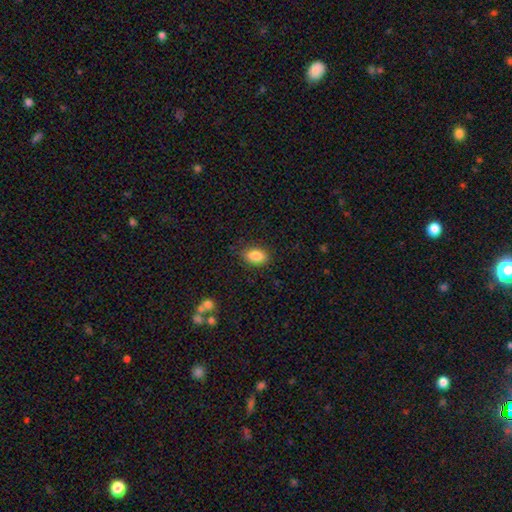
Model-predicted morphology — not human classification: The model was most divided on "merging": none: 85%, minor disturbance: 11%, major disturbance: 3%, merger: 1%. More confident: how rounded — in between (89%); smooth or featured — smooth (85%).